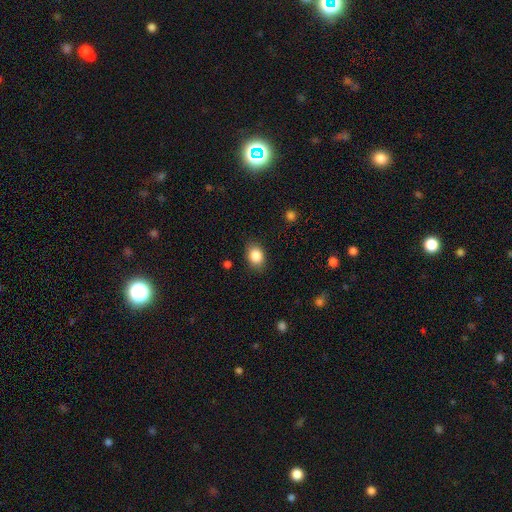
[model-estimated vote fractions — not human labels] The model was most divided on "how rounded": in between: 65%, round: 34%, cigar-shaped: 1%. More confident: smooth or featured — smooth (86%); merging — none (84%).